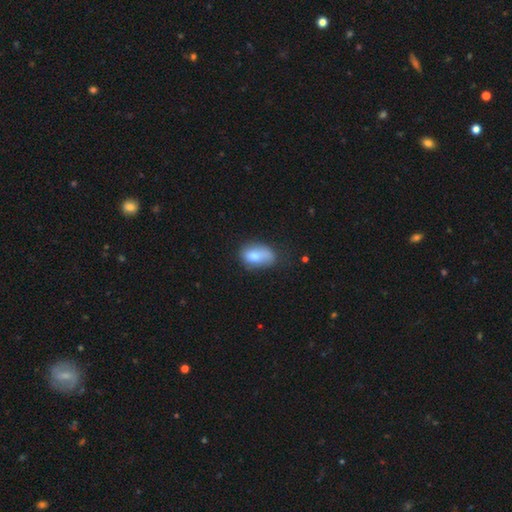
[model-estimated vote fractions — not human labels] smooth_or_featured: smooth (p=0.76) [alt: featured or disk p=0.16]
how_rounded: in between (p=0.87) [alt: round p=0.11]
merging: none (p=0.47) [alt: minor disturbance p=0.34]